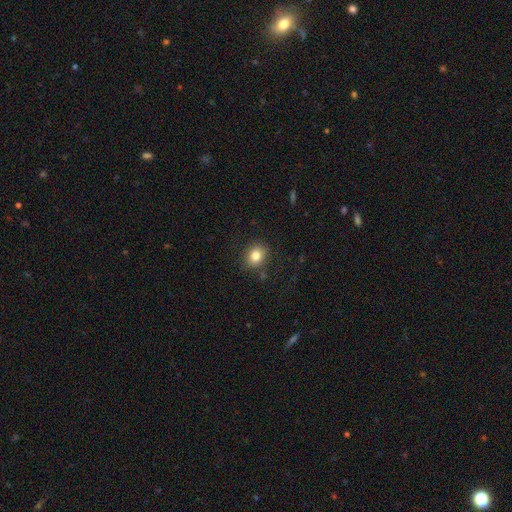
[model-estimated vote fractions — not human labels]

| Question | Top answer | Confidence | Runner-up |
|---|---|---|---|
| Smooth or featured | smooth | 82% | star or artifact (10%) |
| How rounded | round | 58% | in between (41%) |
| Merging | none | 84% | minor disturbance (11%) |